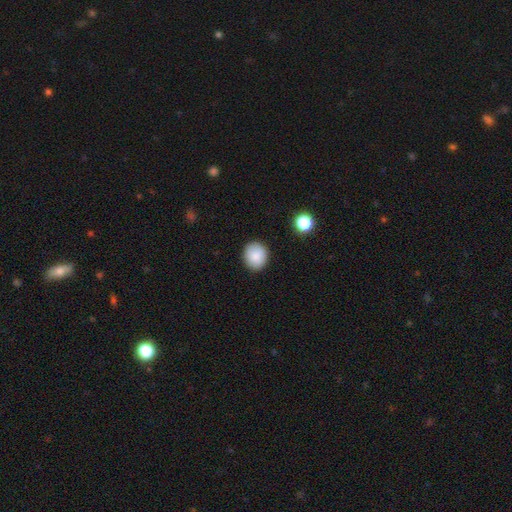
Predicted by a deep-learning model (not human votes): smooth 86%, star or artifact 8%, featured or disk 5%. Down the decision tree: how rounded — round (76%); merging — none (89%).